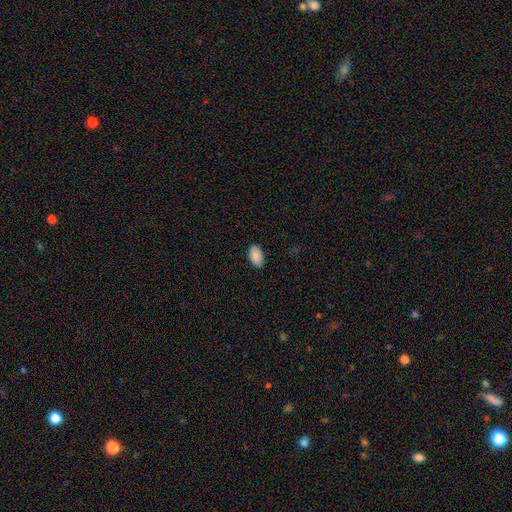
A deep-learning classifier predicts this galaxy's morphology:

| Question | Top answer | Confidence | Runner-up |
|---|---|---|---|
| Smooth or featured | smooth | 90% | star or artifact (7%) |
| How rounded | in between | 95% | round (4%) |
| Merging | none | 86% | minor disturbance (10%) |